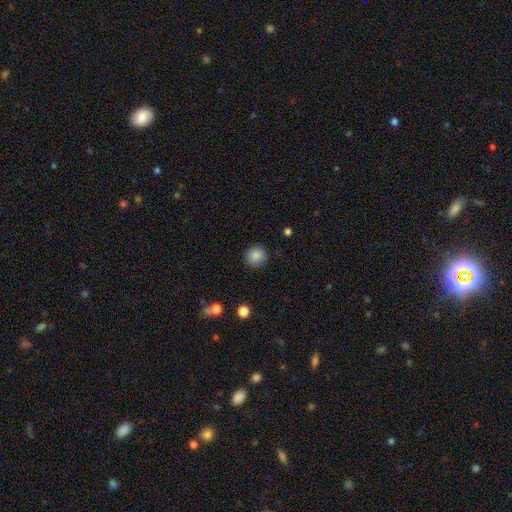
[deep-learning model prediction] This is clearly a smooth galaxy (86%). How rounded: clearly round (93%). Merging: clearly none (88%).